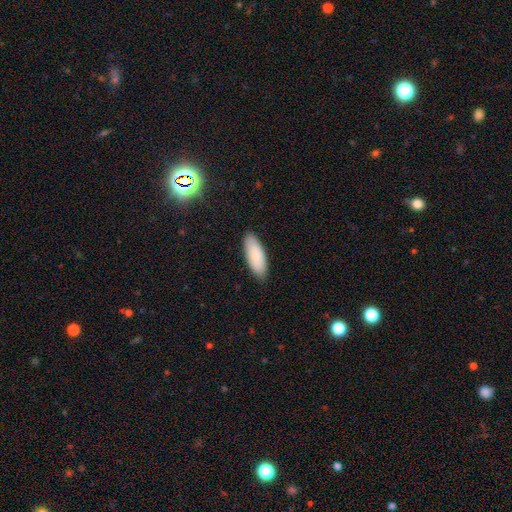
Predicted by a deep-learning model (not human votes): A smooth galaxy with no disk features (85%) that is in between round and cigar-shaped (77%). Merging: none (88%).